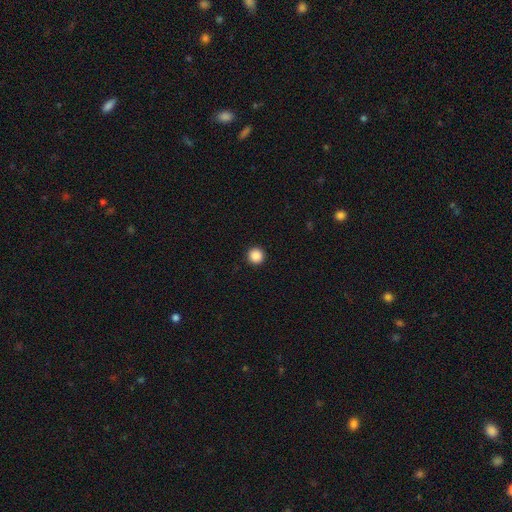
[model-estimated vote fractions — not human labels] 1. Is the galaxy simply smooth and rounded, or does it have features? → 88% smooth, 10% star or artifact, 2% featured or disk.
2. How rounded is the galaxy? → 97% round, 2% in between, 1% cigar-shaped.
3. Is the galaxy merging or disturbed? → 94% none, 4% minor disturbance, 1% major disturbance, 1% merger.